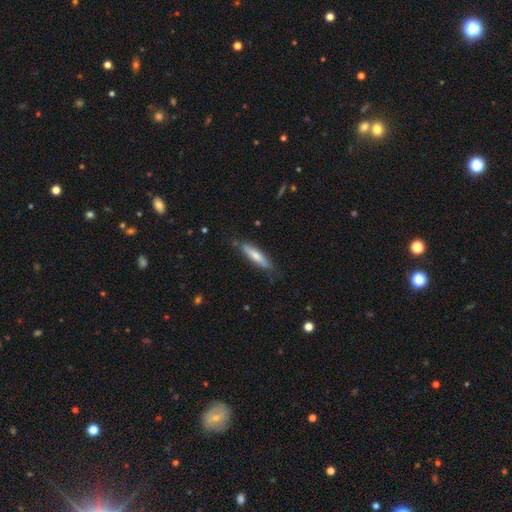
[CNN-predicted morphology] A smooth galaxy with no disk features (66%) that is cigar-shaped (81%).

Vote fractions:
- Smooth or featured? smooth: 66% / featured or disk: 28% / star or artifact: 6%
- How rounded? cigar-shaped: 81% / in between: 18% / round: 1%
- Merging? none: 77% / minor disturbance: 18% / major disturbance: 3% / merger: 2%